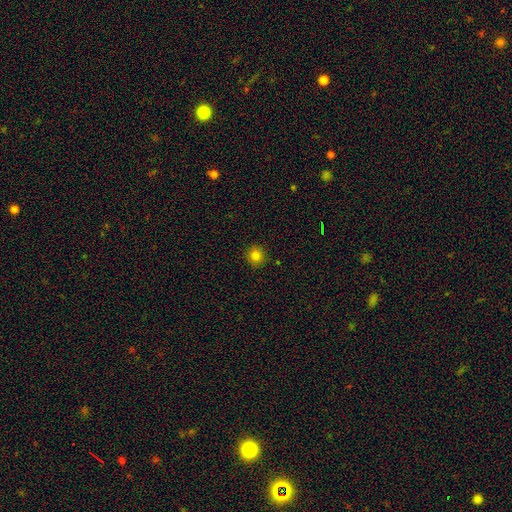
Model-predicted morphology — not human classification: A smooth galaxy with no disk features (81%) that is round (90%). Merging: none (91%).